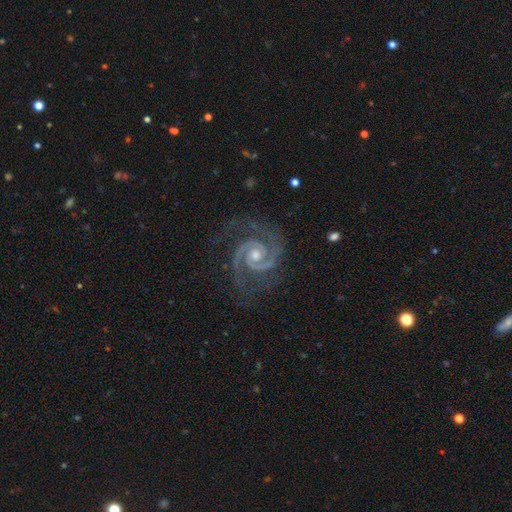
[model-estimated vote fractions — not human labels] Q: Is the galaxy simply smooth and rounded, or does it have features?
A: featured or disk — 94%.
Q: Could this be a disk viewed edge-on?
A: no — 98%.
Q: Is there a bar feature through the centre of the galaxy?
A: no — 61%.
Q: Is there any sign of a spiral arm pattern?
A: yes — 99%.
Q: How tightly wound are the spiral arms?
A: tight — 57%.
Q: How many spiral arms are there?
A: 2 — 92%.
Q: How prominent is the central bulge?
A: moderate — 57%.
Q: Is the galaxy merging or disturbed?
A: none — 77%.